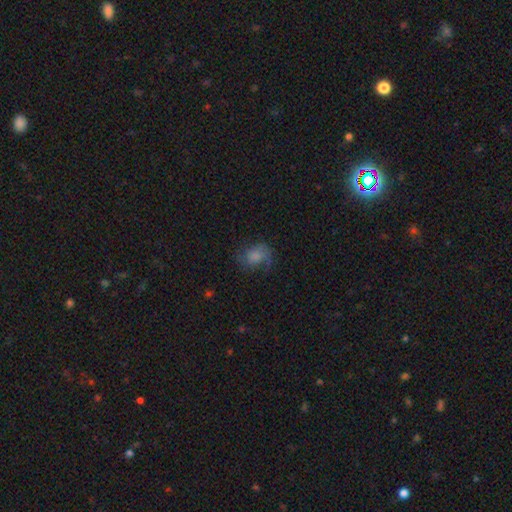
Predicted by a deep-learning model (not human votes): Q: Smooth or featured?
A: smooth (53%); runner-up: featured or disk (36%)
Q: How rounded?
A: in between (55%); runner-up: round (43%)
Q: Merging?
A: none (53%); runner-up: minor disturbance (25%)